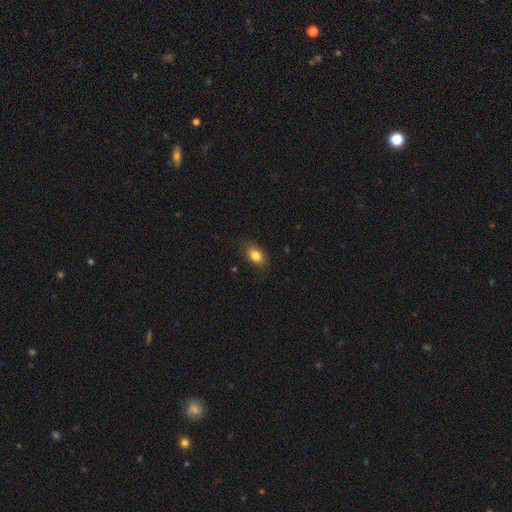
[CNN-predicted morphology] Smooth or featured? smooth (83%)
How rounded? in between (82%)
Merging? none (85%)